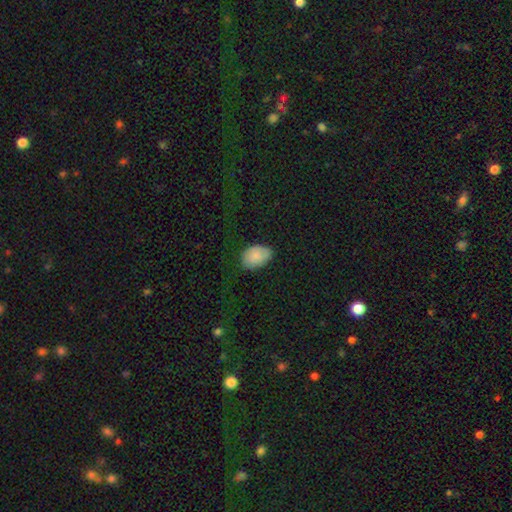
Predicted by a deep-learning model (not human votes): The model was most divided on "merging": none: 74%, minor disturbance: 21%, major disturbance: 4%, merger: 1%. More confident: how rounded — in between (86%); smooth or featured — smooth (85%).